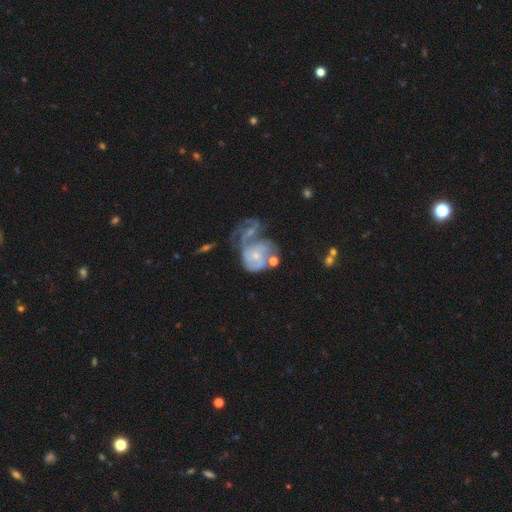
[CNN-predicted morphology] Smooth or featured: featured or disk — 76% (smooth — 17%)
Edge-on disk: no — 98% (yes — 2%)
Bar: no — 75% (weak — 21%)
Spiral arms: yes — 85% (no — 15%)
Spiral winding: tight — 46% (medium — 36%)
Spiral arm count: can't tell — 34% (3 — 24%)
Bulge size: small — 72% (moderate — 21%)
Merging: merger — 51% (none — 19%)